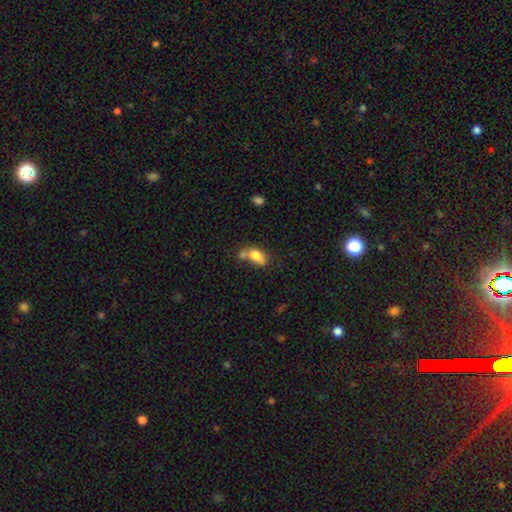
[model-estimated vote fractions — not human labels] This is likely a smooth galaxy (74%). How rounded: likely in between (77%). Merging: possibly merger (46%).